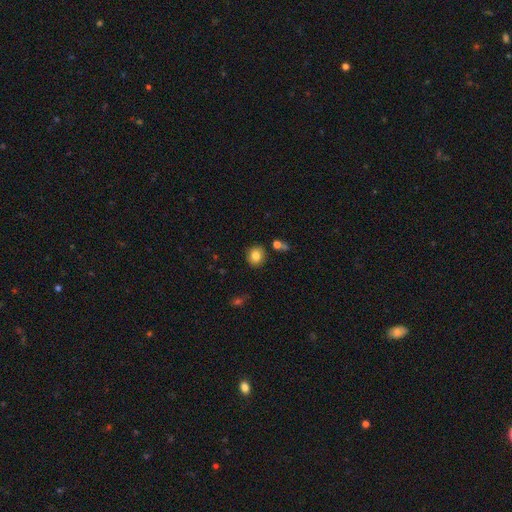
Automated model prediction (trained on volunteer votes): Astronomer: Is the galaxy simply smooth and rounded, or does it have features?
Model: smooth — 82%.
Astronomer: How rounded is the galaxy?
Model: round — 77%.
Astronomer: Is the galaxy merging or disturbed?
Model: none — 85%.